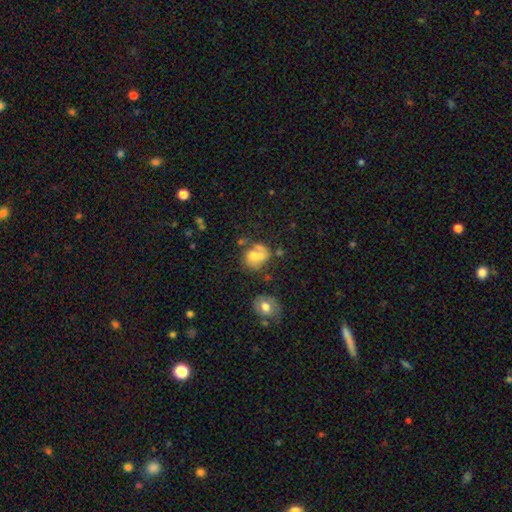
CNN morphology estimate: Smooth or featured: smooth — 57% (featured or disk — 31%)
How rounded: round — 57% (in between — 42%)
Merging: merger — 39% (none — 31%)